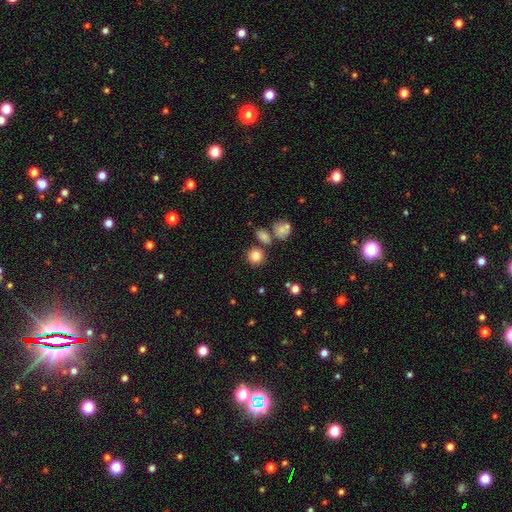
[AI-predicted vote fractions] A smooth galaxy with no disk features (81%) that is round (88%).

Vote fractions:
- Smooth or featured? smooth: 81% / star or artifact: 12% / featured or disk: 7%
- How rounded? round: 88% / in between: 11% / cigar-shaped: 1%
- Merging? none: 78% / merger: 10% / minor disturbance: 9% / major disturbance: 3%